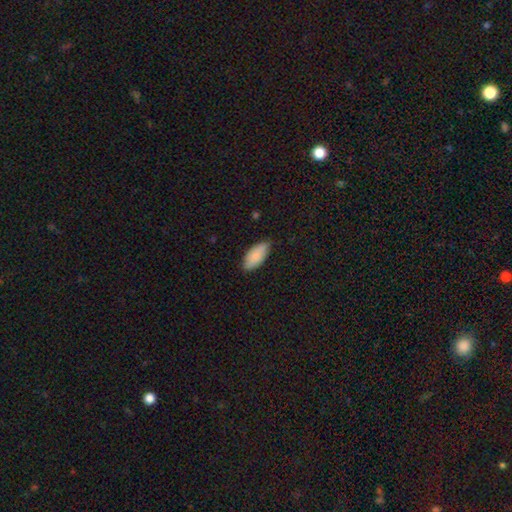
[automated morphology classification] smooth_or_featured: smooth (p=0.86) [alt: featured or disk p=0.09]
how_rounded: in between (p=0.89) [alt: cigar-shaped p=0.09]
merging: none (p=0.77) [alt: minor disturbance p=0.20]